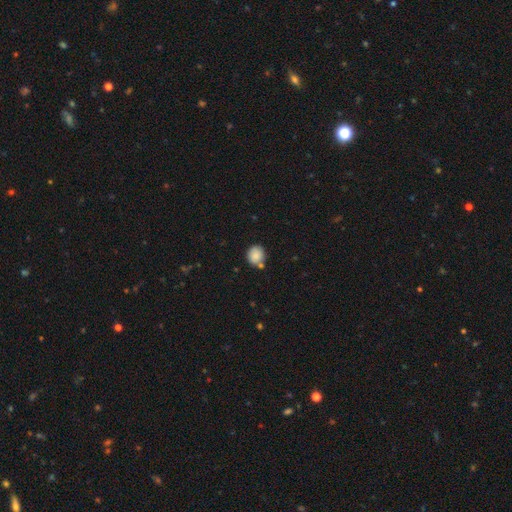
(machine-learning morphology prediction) smooth 86%, star or artifact 8%, featured or disk 6%. Down the decision tree: how rounded — round (84%); merging — none (72%).